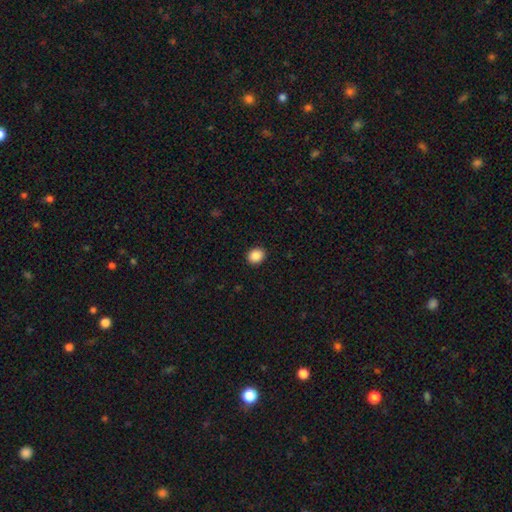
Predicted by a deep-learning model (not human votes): Q: Smooth or featured?
A: smooth (89%); runner-up: star or artifact (9%)
Q: How rounded?
A: round (68%); runner-up: in between (31%)
Q: Merging?
A: none (92%); runner-up: minor disturbance (5%)